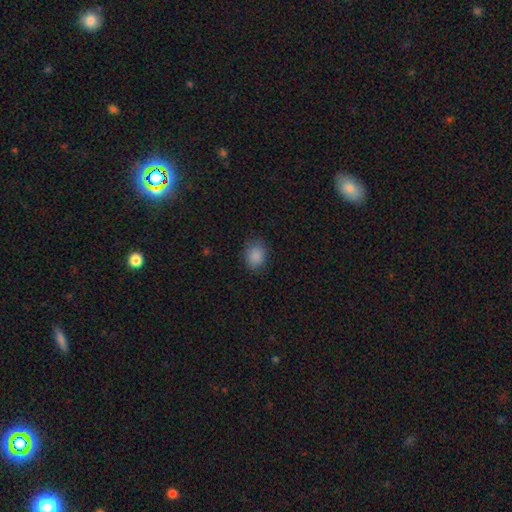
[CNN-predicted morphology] smooth-or-featured: smooth: 87% | star or artifact: 9% | featured or disk: 4%
  how-rounded: round: 59% | in between: 40% | cigar-shaped: 1%
  merging: none: 82% | minor disturbance: 14% | major disturbance: 4% | merger: 1%